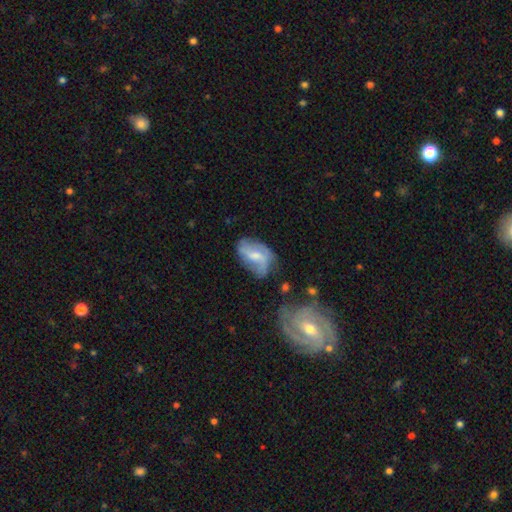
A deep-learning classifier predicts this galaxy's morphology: featured or disk 64%, smooth 29%, star or artifact 7%. Down the decision tree: edge-on disk — no (96%); bar — weak (48%); spiral arms — yes (82%); spiral arm count — 2 (54%); spiral winding — loose (45%); bulge size — moderate (48%); merging — none (52%).